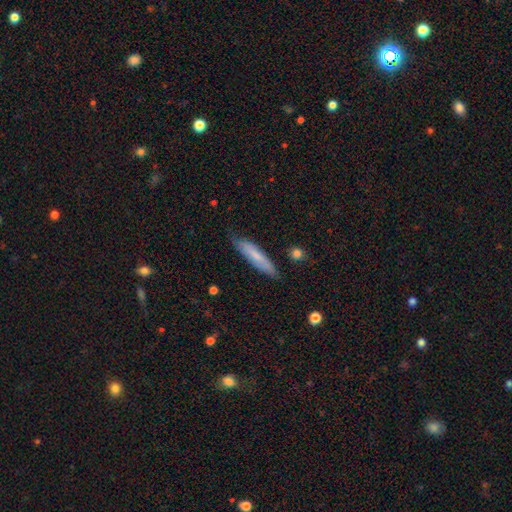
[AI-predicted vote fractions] smooth_or_featured: smooth (p=0.68) [alt: featured or disk p=0.26]
how_rounded: cigar-shaped (p=0.83) [alt: in between p=0.16]
merging: none (p=0.79) [alt: minor disturbance p=0.17]